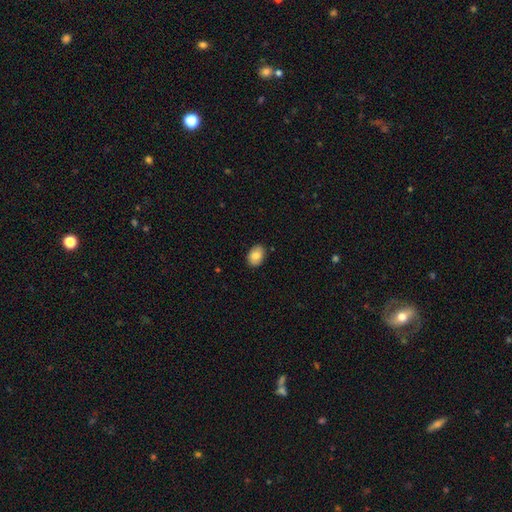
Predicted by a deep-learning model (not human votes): Smooth or featured? smooth (83%)
How rounded? in between (76%)
Merging? none (86%)